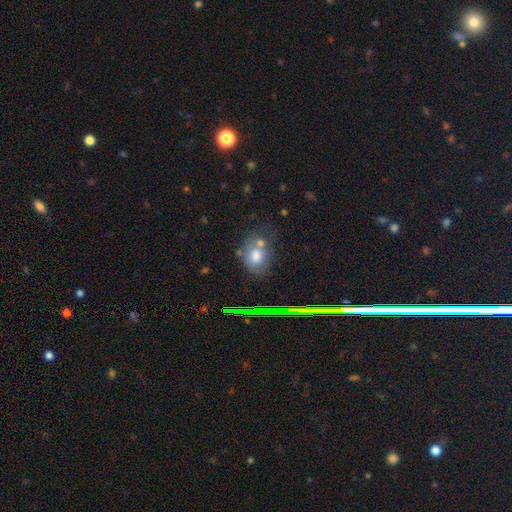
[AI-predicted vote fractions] A smooth galaxy with no disk features (72%) that is in between round and cigar-shaped (61%). Merging: none (54%).